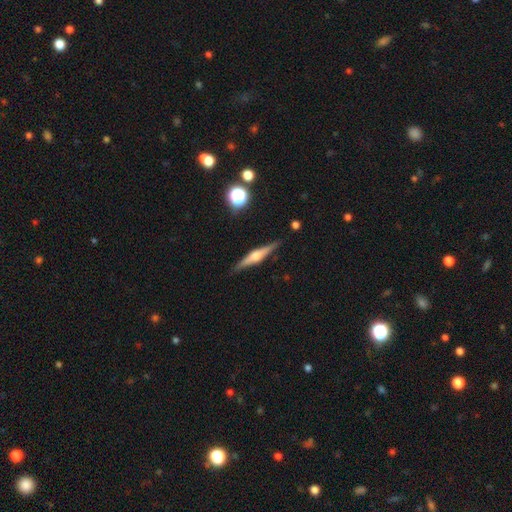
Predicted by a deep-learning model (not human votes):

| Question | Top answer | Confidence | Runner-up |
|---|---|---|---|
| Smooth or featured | featured or disk | 74% | smooth (20%) |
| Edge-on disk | yes | 98% | no (2%) |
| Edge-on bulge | rounded | 85% | boxy (12%) |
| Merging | none | 89% | minor disturbance (8%) |